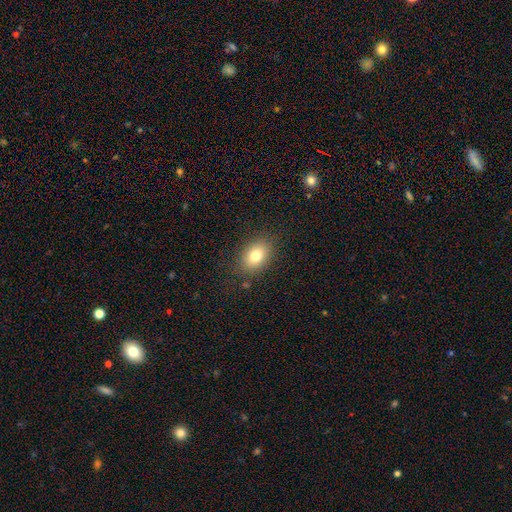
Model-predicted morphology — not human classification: smooth 79%, featured or disk 11%, star or artifact 10%. Down the decision tree: how rounded — in between (81%); merging — none (84%).